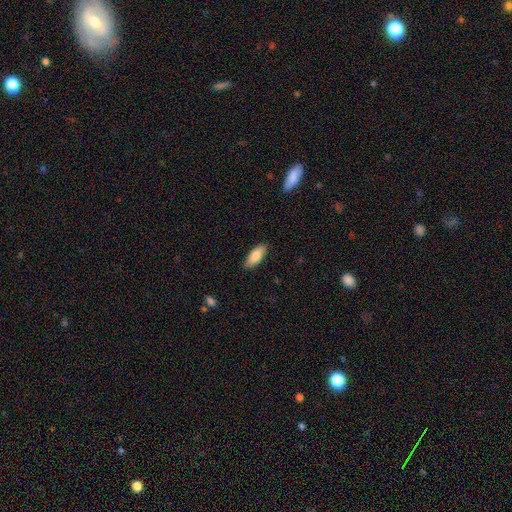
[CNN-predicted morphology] Smooth or featured?
  - smooth: 84% *
  - featured or disk: 10%
  - star or artifact: 6%
How rounded?
  - in between: 78% *
  - cigar-shaped: 20%
  - round: 2%
Merging?
  - none: 87% *
  - minor disturbance: 10%
  - major disturbance: 2%
  - merger: 1%